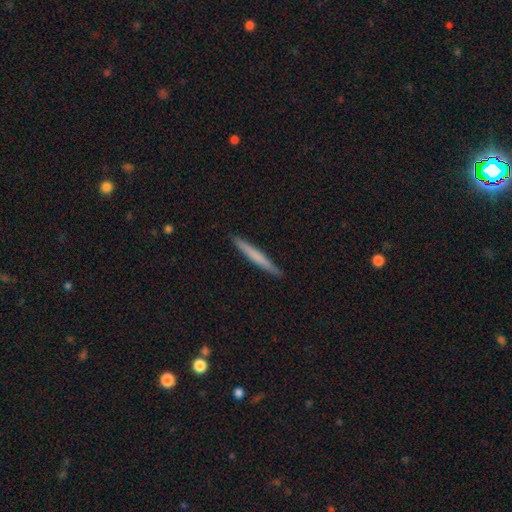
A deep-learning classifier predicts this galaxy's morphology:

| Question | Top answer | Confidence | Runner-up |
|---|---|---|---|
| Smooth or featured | smooth | 63% | featured or disk (31%) |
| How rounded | cigar-shaped | 97% | in between (2%) |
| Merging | none | 92% | minor disturbance (6%) |